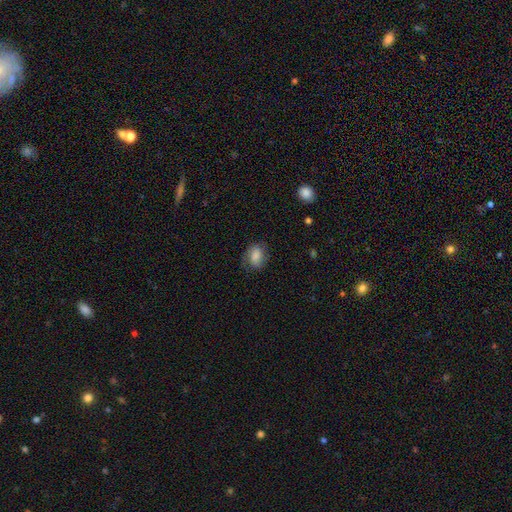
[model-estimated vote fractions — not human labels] smooth_or_featured: smooth (p=0.71) [alt: featured or disk p=0.20]
how_rounded: in between (p=0.74) [alt: round p=0.25]
merging: none (p=0.65) [alt: minor disturbance p=0.23]